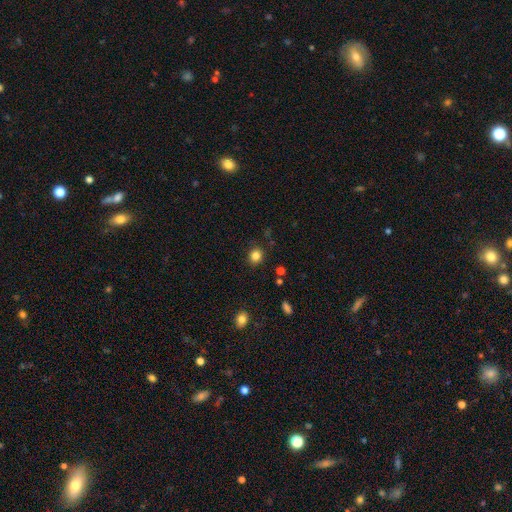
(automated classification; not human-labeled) Q: Smooth or featured?
A: smooth (83%); runner-up: star or artifact (12%)
Q: How rounded?
A: round (82%); runner-up: in between (17%)
Q: Merging?
A: none (87%); runner-up: minor disturbance (9%)